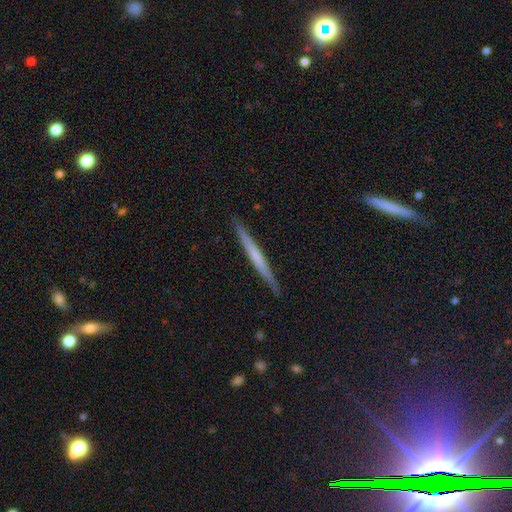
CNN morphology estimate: Smooth or featured?
  - featured or disk: 48% *
  - smooth: 46%
  - star or artifact: 5%
Merging?
  - none: 91% *
  - minor disturbance: 7%
  - major disturbance: 1%
  - merger: 1%